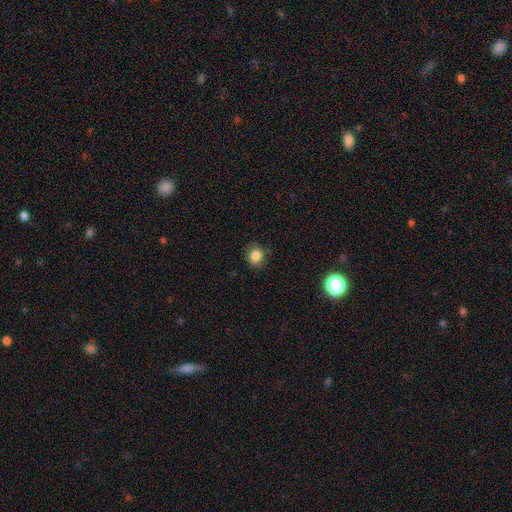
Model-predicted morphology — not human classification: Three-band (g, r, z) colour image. It shows a smooth galaxy with no disk features (84%) that is round (78%). Merging: none (82%).